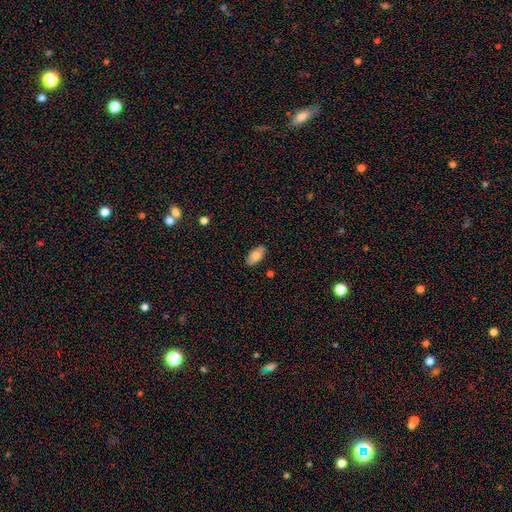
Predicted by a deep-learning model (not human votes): This is likely a smooth galaxy (79%). How rounded: clearly in between (94%). Merging: clearly none (86%).